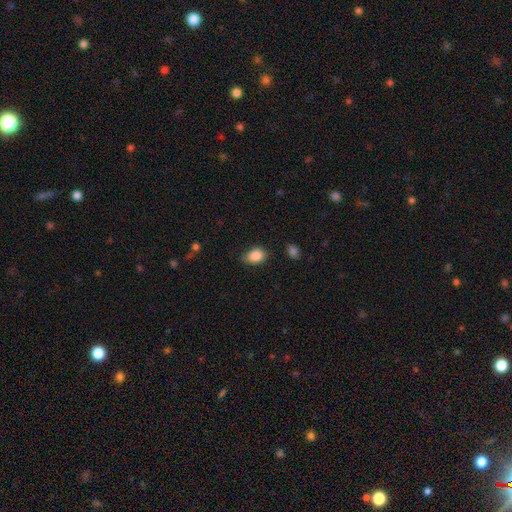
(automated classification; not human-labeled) Smooth or featured?
  - smooth: 87% *
  - star or artifact: 8%
  - featured or disk: 4%
How rounded?
  - in between: 72% *
  - round: 26%
  - cigar-shaped: 1%
Merging?
  - none: 67% *
  - minor disturbance: 26%
  - major disturbance: 5%
  - merger: 2%